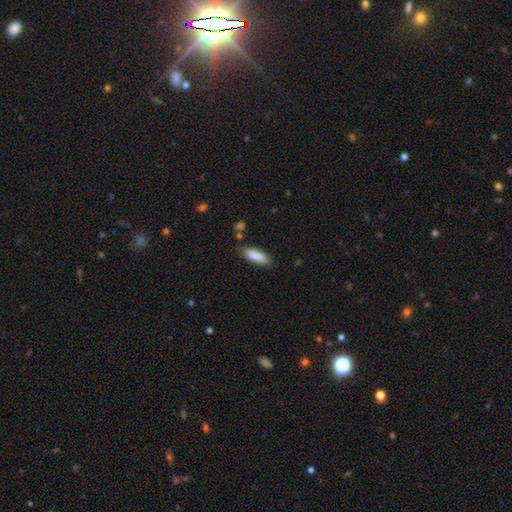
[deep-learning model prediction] The model was most divided on "how rounded": in between: 55%, cigar-shaped: 43%, round: 2%. More confident: smooth or featured — smooth (88%); merging — none (81%).